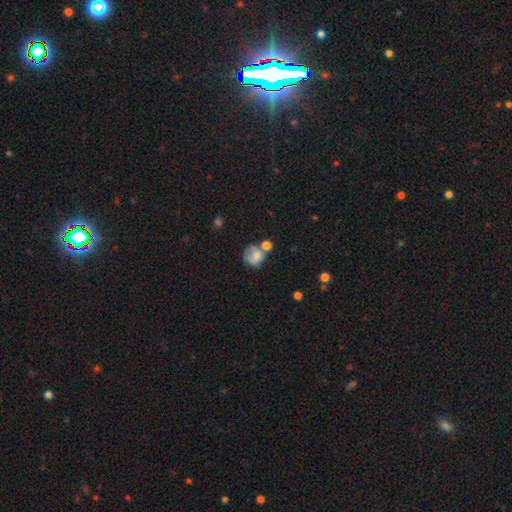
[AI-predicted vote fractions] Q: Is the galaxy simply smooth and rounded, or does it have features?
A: smooth — 68%.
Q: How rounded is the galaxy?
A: round — 68%.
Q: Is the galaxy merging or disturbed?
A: none — 34%.